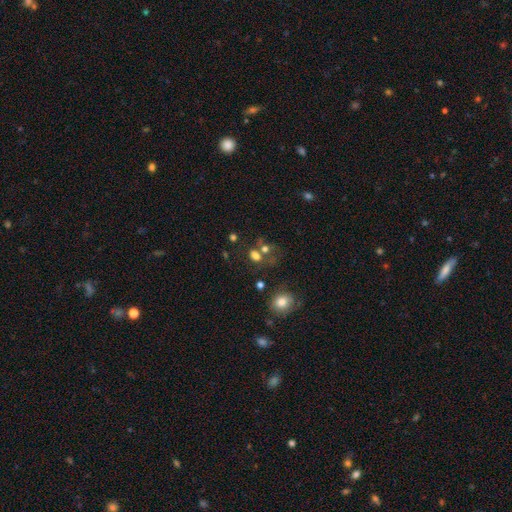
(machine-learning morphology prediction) Overall: smooth (68%). How rounded: in between (51%; round 48%). Merging: none (40%; merger 35%).